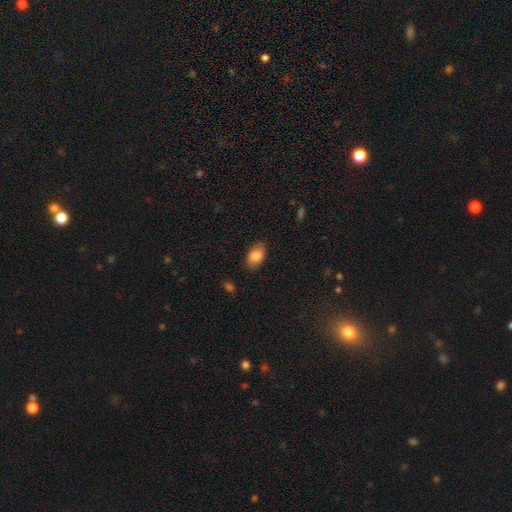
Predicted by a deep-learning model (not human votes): A smooth galaxy with no disk features (83%) that is in between round and cigar-shaped (91%).

Vote fractions:
- Smooth or featured? smooth: 83% / featured or disk: 10% / star or artifact: 7%
- How rounded? in between: 91% / round: 7% / cigar-shaped: 2%
- Merging? none: 84% / minor disturbance: 12% / major disturbance: 3% / merger: 1%